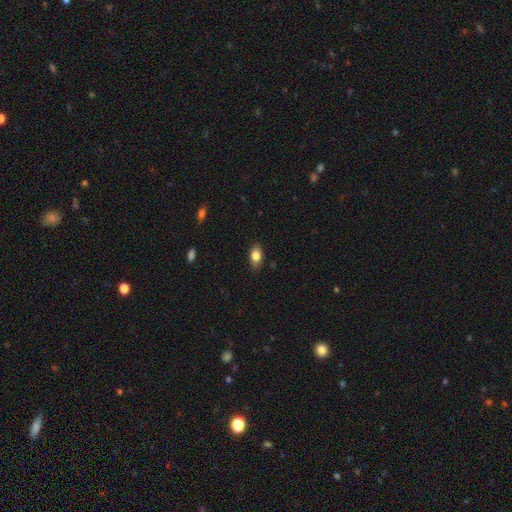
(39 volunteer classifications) smooth-or-featured: smooth: 97% | featured or disk: 3% | star or artifact: 0%
  how-rounded: in between: 71% | round: 16% | cigar-shaped: 13%
  merging: none: 77% | minor disturbance: 21% | major disturbance: 3% | merger: 0%